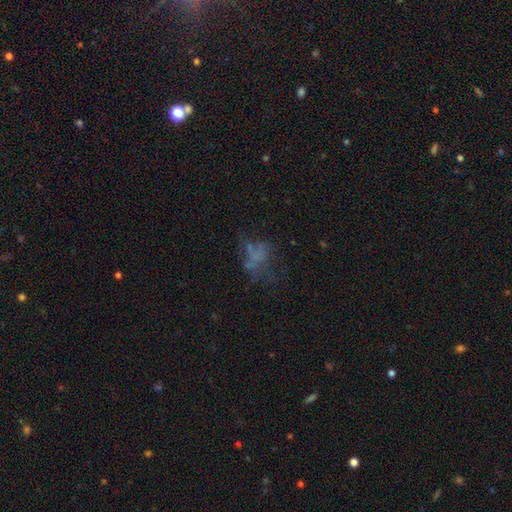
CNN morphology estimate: Smooth or featured? featured or disk (39%)
Merging? none (40%)